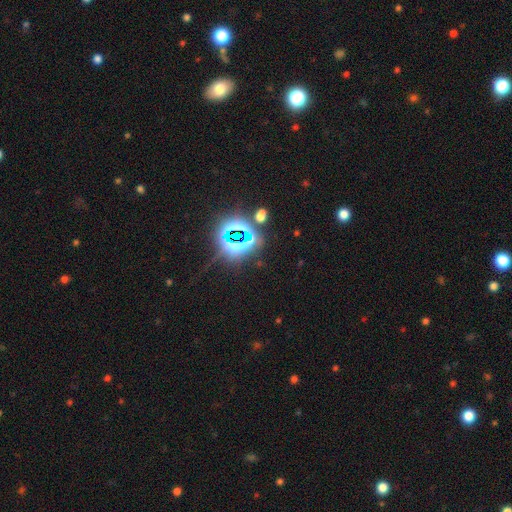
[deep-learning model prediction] This is clearly a star or artifact rather than a galaxy (81%).